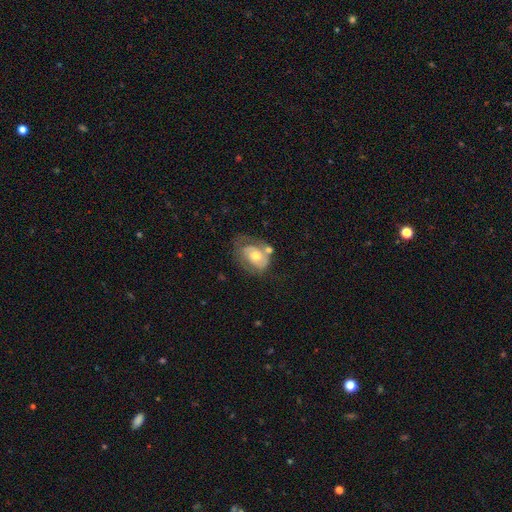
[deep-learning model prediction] A featured or disk galaxy (54%) with no bar (73%), spiral arms (62%) and a moderate central bulge (64%).

Vote fractions:
- Smooth or featured? featured or disk: 54% / smooth: 39% / star or artifact: 7%
- Edge-on disk? no: 95% / yes: 5%
- Bar? no: 73% / weak: 22% / strong: 5%
- Spiral arms? yes: 62% / no: 38%
- Bulge size? moderate: 64% / small: 25% / large: 8% / none: 2% / dominant: 1%
- Merging? none: 39% / minor disturbance: 26% / major disturbance: 21% / merger: 14%